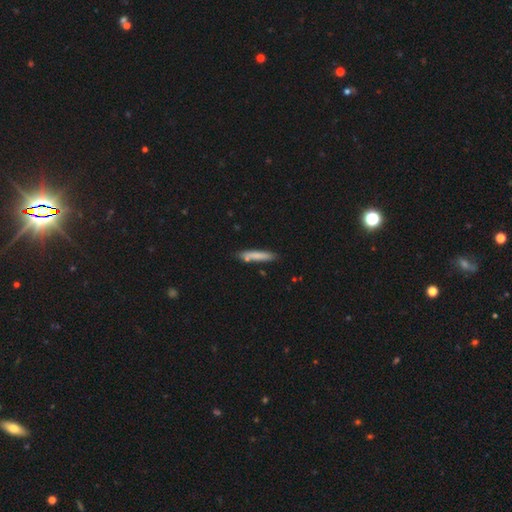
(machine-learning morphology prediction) Q: Smooth or featured?
A: smooth (78%); runner-up: featured or disk (16%)
Q: How rounded?
A: cigar-shaped (88%); runner-up: in between (10%)
Q: Merging?
A: none (77%); runner-up: minor disturbance (14%)